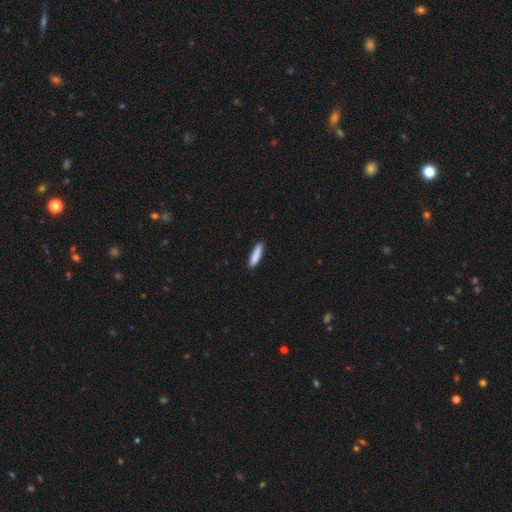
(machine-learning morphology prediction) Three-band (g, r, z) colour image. It shows a smooth galaxy with no disk features (87%) that is cigar-shaped (78%). Merging: none (87%).